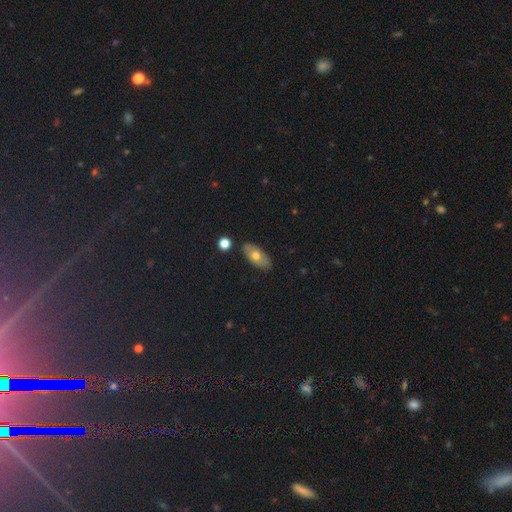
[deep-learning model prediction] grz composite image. It shows a smooth galaxy with no disk features (61%) that is in between round and cigar-shaped (88%). Merging: none (83%).